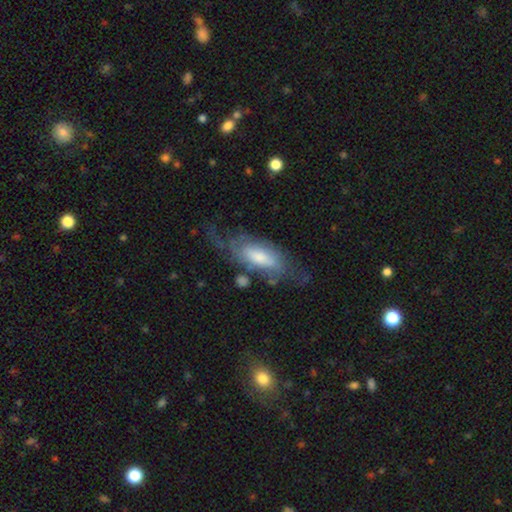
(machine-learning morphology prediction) smooth-or-featured: featured or disk: 61% | smooth: 31% | star or artifact: 7%
  disk-edge-on: no: 85% | yes: 15%
    bar: no: 56% | weak: 34% | strong: 10%
    has-spiral-arms: yes: 82% | no: 18%
    bulge-size: moderate: 40% | large: 25% | small: 24% | none: 9% | dominant: 3%
  merging: none: 51% | minor disturbance: 23% | major disturbance: 23% | merger: 3%